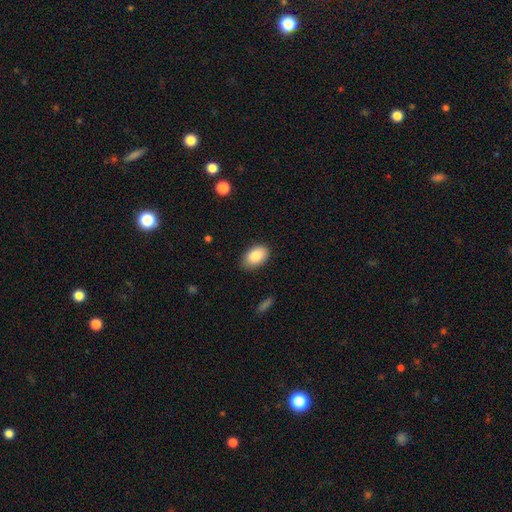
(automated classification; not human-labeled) Morphology: type=smooth (87%); roundness=in between (91%); merging=none (83%).